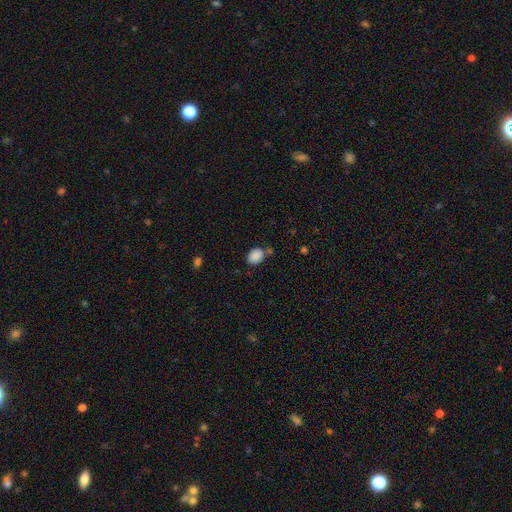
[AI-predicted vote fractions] Smooth or featured? Predicted: smooth (p=0.88). How rounded? Predicted: in between (p=0.65). Merging? Predicted: none (p=0.71).